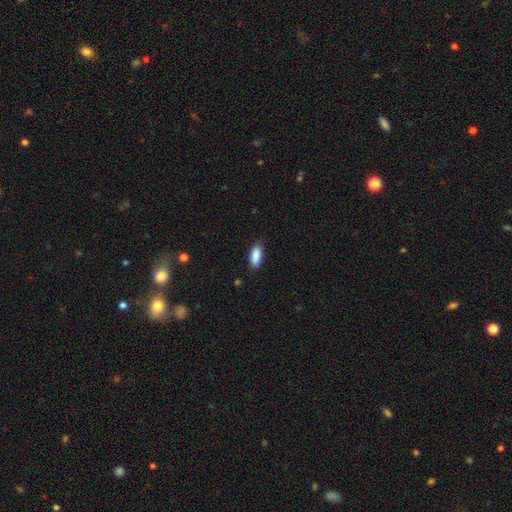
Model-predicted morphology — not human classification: Q: Smooth or featured?
A: smooth (89%); runner-up: star or artifact (6%)
Q: How rounded?
A: in between (82%); runner-up: cigar-shaped (16%)
Q: Merging?
A: none (84%); runner-up: minor disturbance (13%)